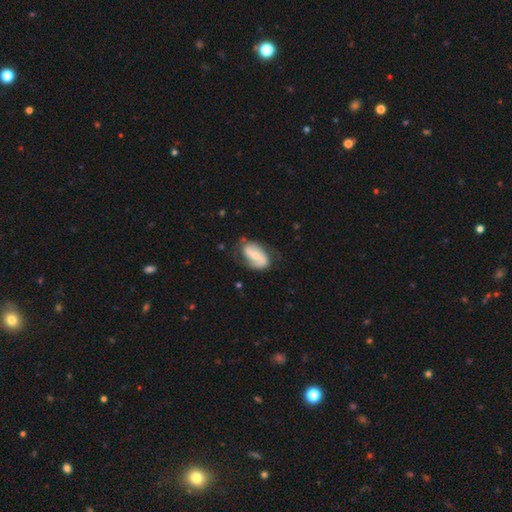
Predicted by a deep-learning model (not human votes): This is likely a featured or disk galaxy (61%). It is clearly not viewed edge-on (95%). Bar: marginally no (38%). Spiral arm pattern: likely yes (79%). Central bulge: possibly small (47%). Merging: likely none (61%).